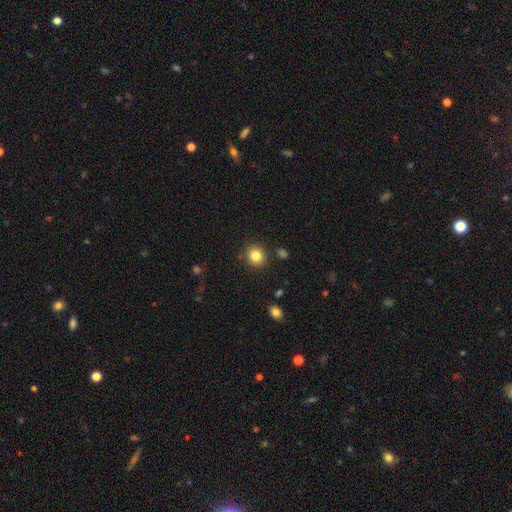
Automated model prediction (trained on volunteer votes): Smooth or featured: smooth — 83% (star or artifact — 11%)
How rounded: round — 87% (in between — 12%)
Merging: none — 88% (minor disturbance — 7%)